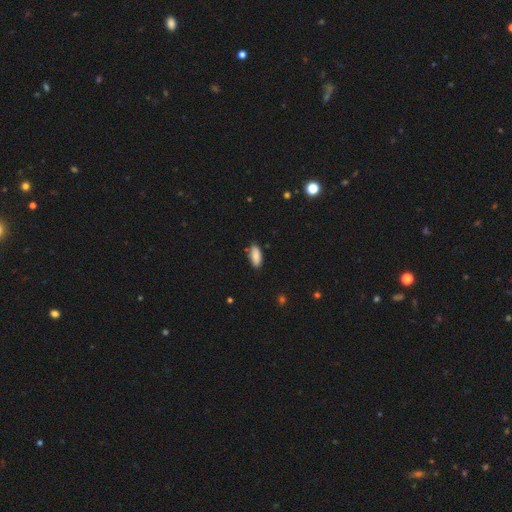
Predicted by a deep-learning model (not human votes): Overall: smooth (87%). How rounded: in between (84%). Merging: none (81%).